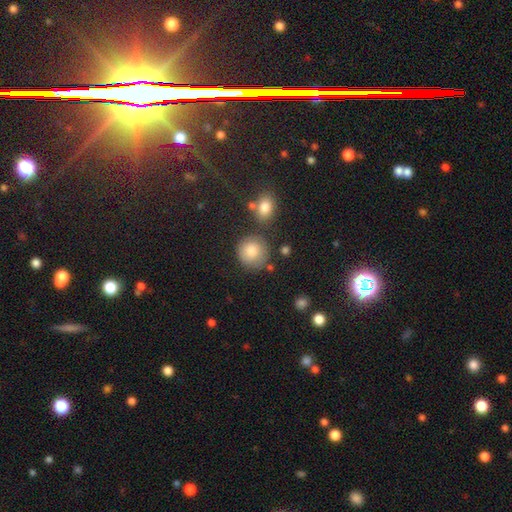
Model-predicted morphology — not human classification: The model was most divided on "merging": none: 73%, minor disturbance: 15%, merger: 7%, major disturbance: 5%. More confident: how rounded — round (89%); smooth or featured — smooth (81%).